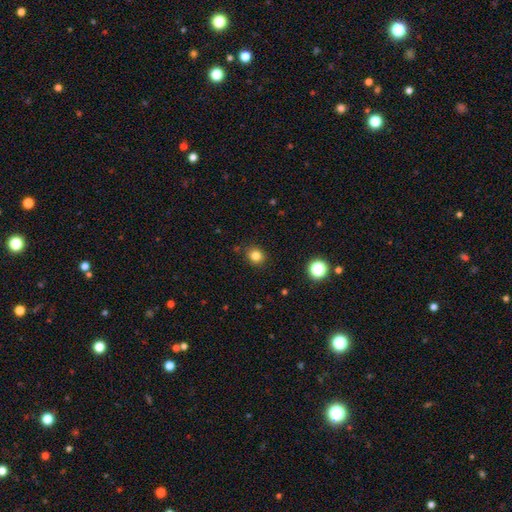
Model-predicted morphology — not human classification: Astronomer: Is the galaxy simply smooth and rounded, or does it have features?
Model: smooth — 82%.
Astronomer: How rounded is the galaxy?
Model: round — 77%.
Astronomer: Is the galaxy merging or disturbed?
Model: none — 87%.